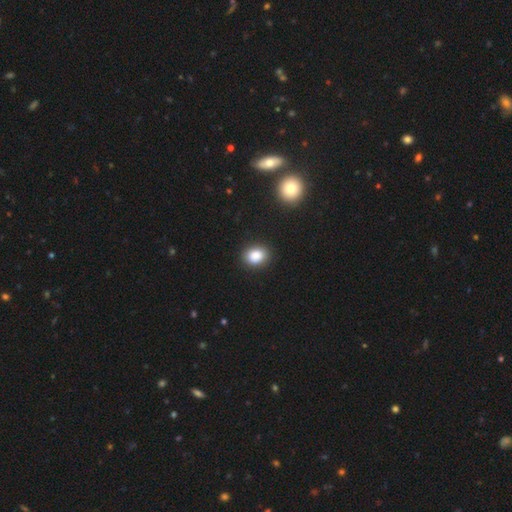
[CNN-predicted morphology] smooth-or-featured: smooth: 86% | star or artifact: 10% | featured or disk: 4%
  how-rounded: in between: 53% | round: 46% | cigar-shaped: 1%
  merging: none: 87% | minor disturbance: 9% | major disturbance: 2% | merger: 2%